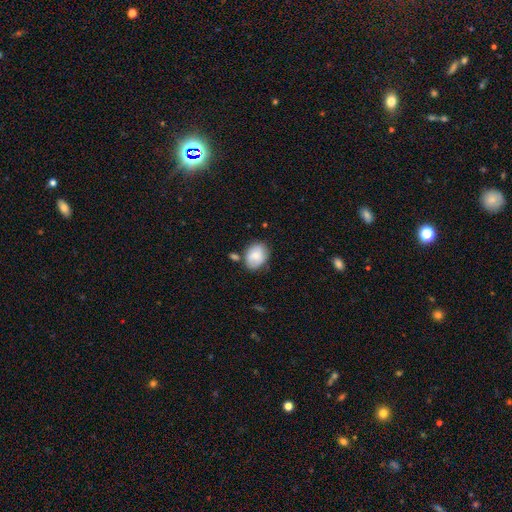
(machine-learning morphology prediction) type=smooth (73%); roundness=in between (65%); merging=none (66%).